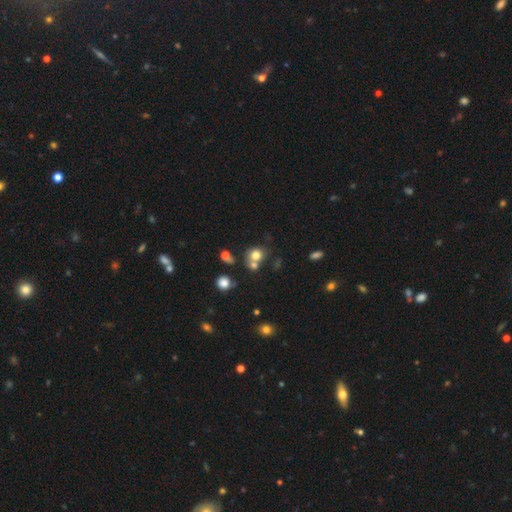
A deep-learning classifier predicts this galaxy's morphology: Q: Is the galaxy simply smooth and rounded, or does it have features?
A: smooth — 74%.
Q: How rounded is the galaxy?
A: round — 77%.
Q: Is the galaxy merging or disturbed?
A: none — 49%.